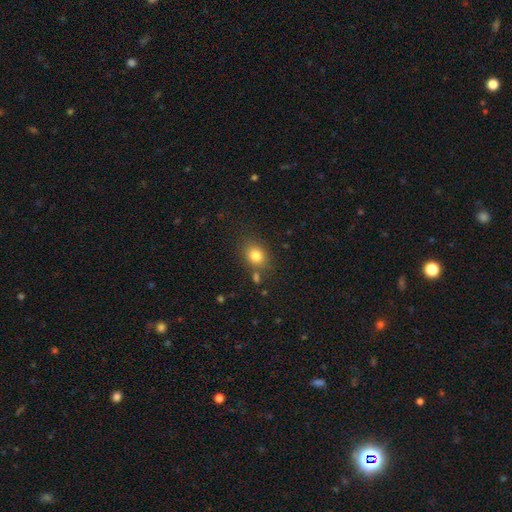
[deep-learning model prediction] A smooth galaxy with no disk features (82%) that is round (51%). Merging: none (74%).